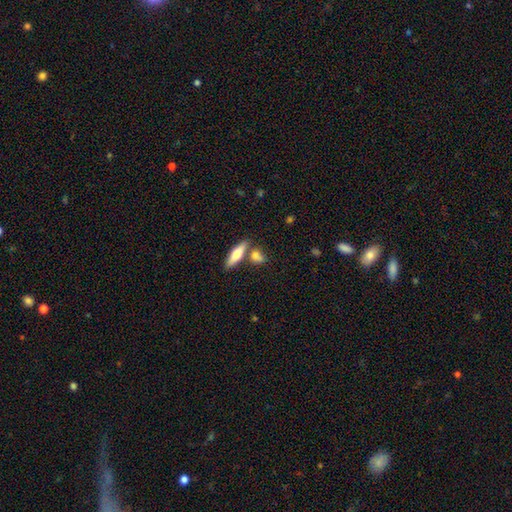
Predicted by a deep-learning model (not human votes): This appears to be a smooth galaxy with no disk features (71%) that is in between round and cigar-shaped (49%). Merging: none (62%).